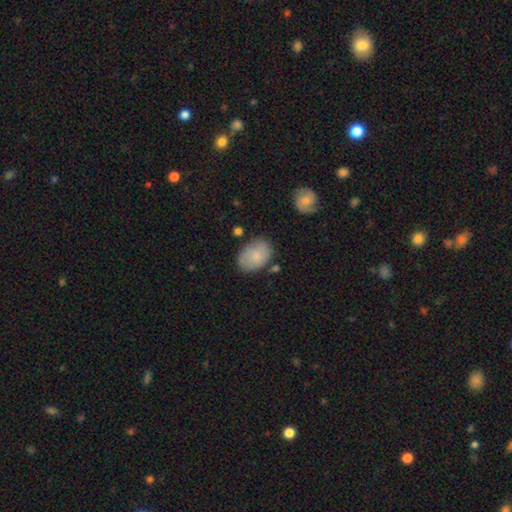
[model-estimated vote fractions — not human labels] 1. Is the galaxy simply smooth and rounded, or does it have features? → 77% smooth, 16% featured or disk, 6% star or artifact.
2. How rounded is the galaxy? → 83% in between, 16% round, 1% cigar-shaped.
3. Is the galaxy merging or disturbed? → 72% none, 19% minor disturbance, 5% major disturbance, 4% merger.